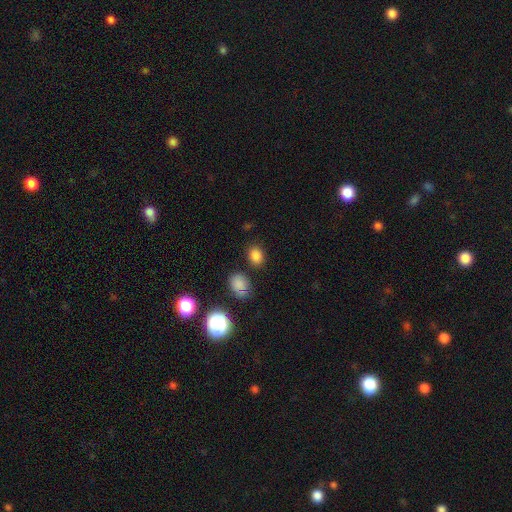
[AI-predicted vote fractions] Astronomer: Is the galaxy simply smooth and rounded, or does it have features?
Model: smooth — 82%.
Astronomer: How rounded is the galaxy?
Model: in between — 54% (runner-up: round, 45%).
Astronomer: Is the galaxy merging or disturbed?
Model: none — 80%.